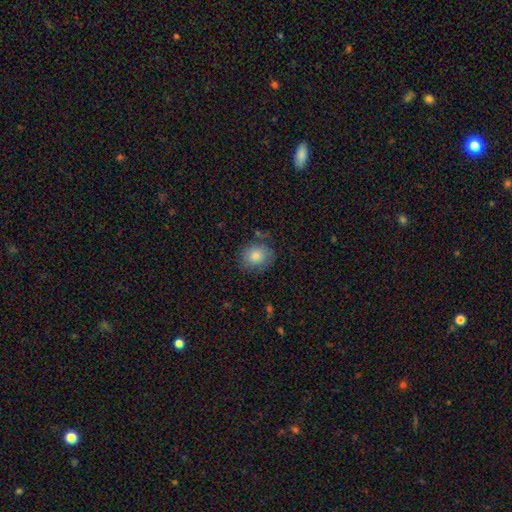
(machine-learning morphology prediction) Smooth or featured? Predicted: smooth (p=0.79). How rounded? Predicted: round (p=0.64). Merging? Predicted: none (p=0.77).